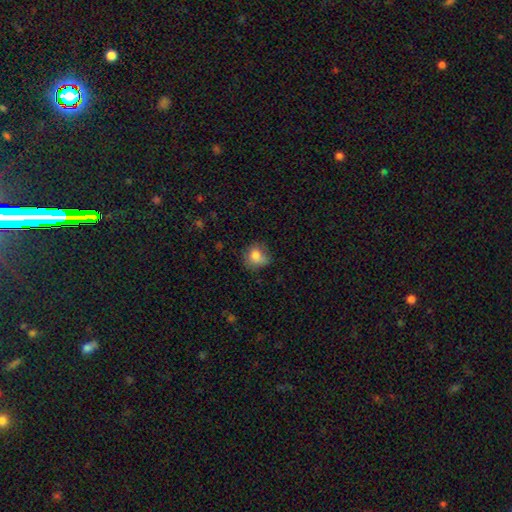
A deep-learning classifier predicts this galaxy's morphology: Smooth or featured? Predicted: smooth (p=0.80). How rounded? Predicted: round (p=0.71). Merging? Predicted: none (p=0.59).